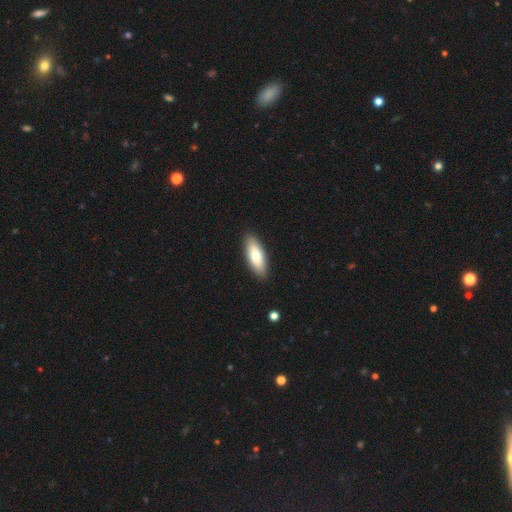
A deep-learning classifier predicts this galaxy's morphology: A smooth galaxy with no disk features (72%) that is in between round and cigar-shaped (74%).

Vote fractions:
- Smooth or featured? smooth: 72% / featured or disk: 22% / star or artifact: 6%
- How rounded? in between: 74% / cigar-shaped: 24% / round: 2%
- Merging? none: 90% / minor disturbance: 7% / major disturbance: 2% / merger: 1%